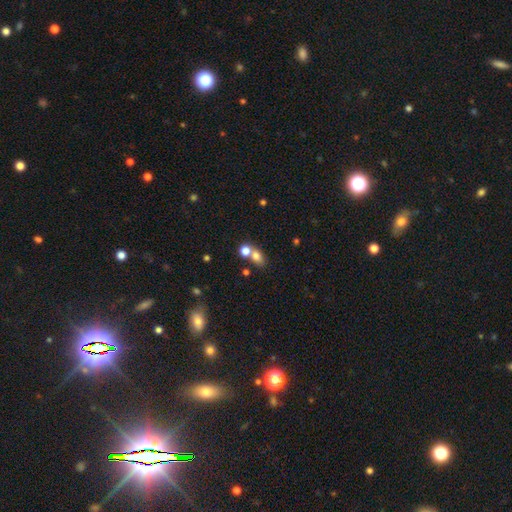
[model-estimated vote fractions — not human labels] Smooth or featured: smooth — 75% (star or artifact — 13%)
How rounded: in between — 54% (round — 43%)
Merging: merger — 48% (none — 40%)